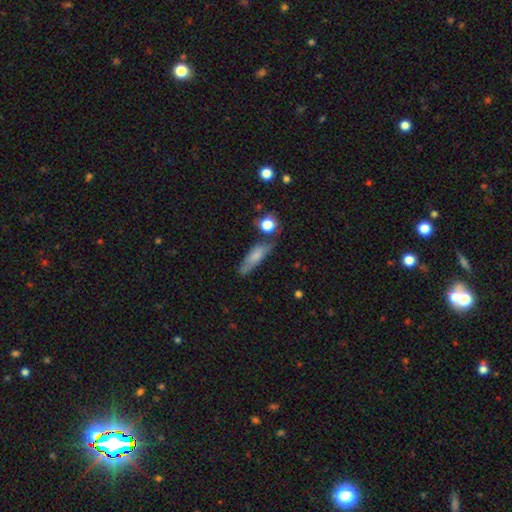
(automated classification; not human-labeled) A smooth galaxy with no disk features (69%) that is cigar-shaped (55%). Merging: none (62%).